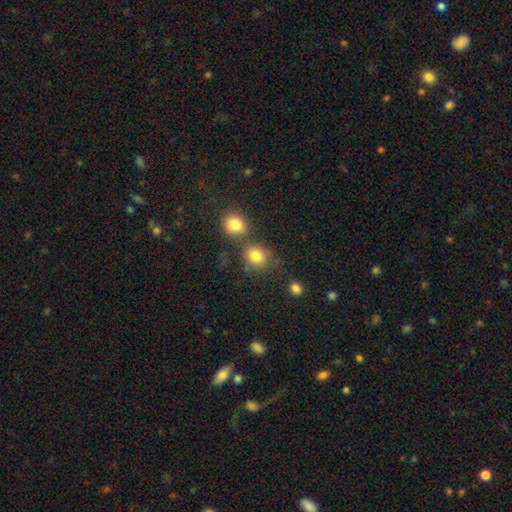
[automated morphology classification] Smooth or featured? Predicted: smooth (p=0.81). How rounded? Predicted: round (p=0.79). Merging? Predicted: none (p=0.58).